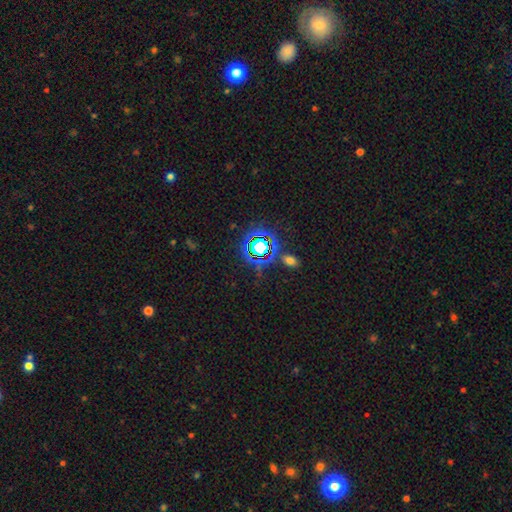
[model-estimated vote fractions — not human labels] Smooth or featured? star or artifact (75%)